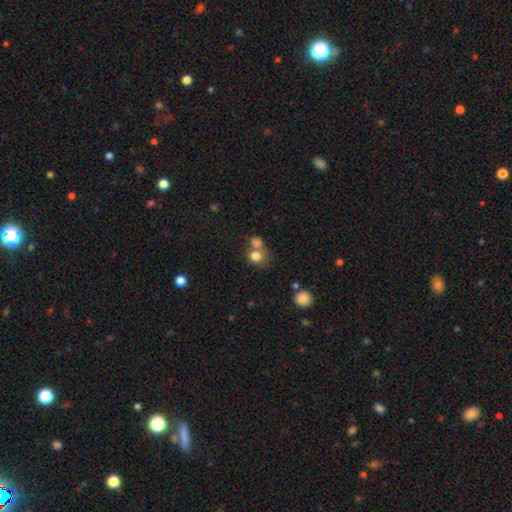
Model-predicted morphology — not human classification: Smooth or featured?
  - smooth: 78% *
  - star or artifact: 12%
  - featured or disk: 10%
How rounded?
  - round: 75% *
  - in between: 24%
  - cigar-shaped: 1%
Merging?
  - merger: 42% *
  - none: 40%
  - minor disturbance: 11%
  - major disturbance: 7%